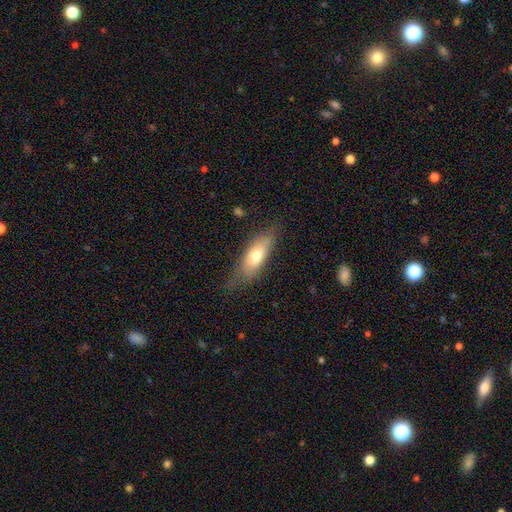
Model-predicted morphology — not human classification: Smooth or featured: smooth — 67% (featured or disk — 26%)
How rounded: in between — 62% (cigar-shaped — 35%)
Merging: none — 67% (minor disturbance — 23%)